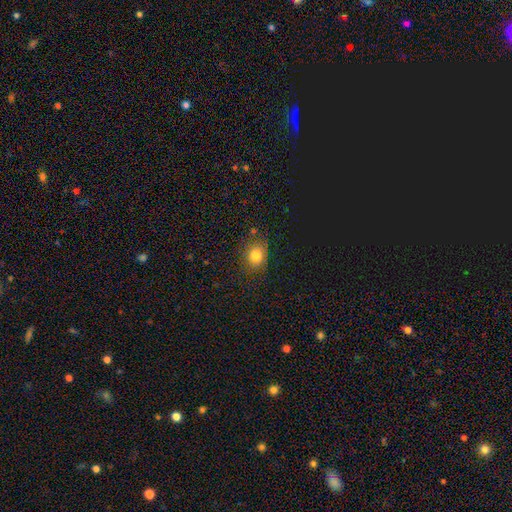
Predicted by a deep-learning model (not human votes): A smooth galaxy with no disk features (77%) that is round (57%).

Vote fractions:
- Smooth or featured? smooth: 77% / star or artifact: 15% / featured or disk: 9%
- How rounded? round: 57% / in between: 42% / cigar-shaped: 1%
- Merging? none: 78% / minor disturbance: 15% / major disturbance: 5% / merger: 2%